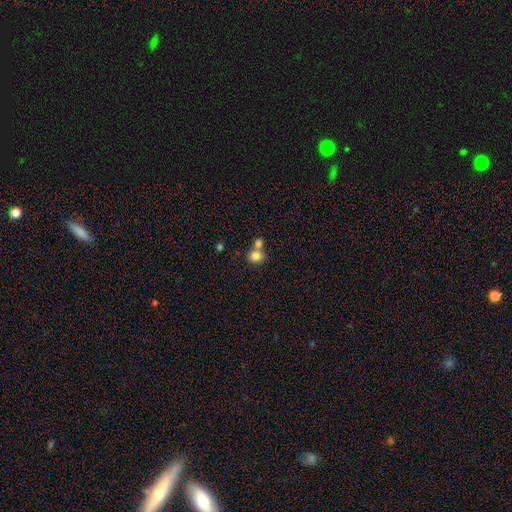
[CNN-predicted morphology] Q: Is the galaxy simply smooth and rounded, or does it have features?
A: smooth — 81%.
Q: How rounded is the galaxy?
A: round — 69%.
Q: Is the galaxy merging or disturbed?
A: none — 45%.